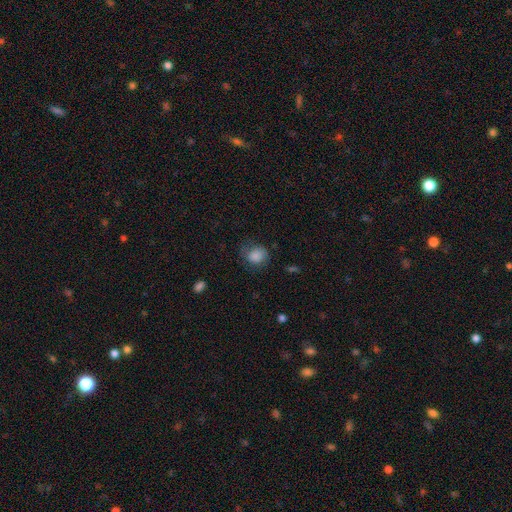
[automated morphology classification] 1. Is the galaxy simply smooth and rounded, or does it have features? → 83% smooth, 9% star or artifact, 8% featured or disk.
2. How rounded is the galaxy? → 68% round, 31% in between, 1% cigar-shaped.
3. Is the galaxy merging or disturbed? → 54% none, 28% minor disturbance, 16% major disturbance, 2% merger.